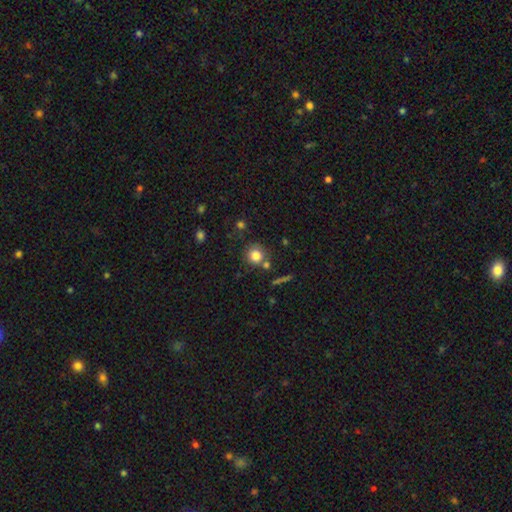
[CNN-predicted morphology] Q: Smooth or featured?
A: smooth (80%); runner-up: star or artifact (11%)
Q: How rounded?
A: round (90%); runner-up: in between (9%)
Q: Merging?
A: none (72%); runner-up: merger (13%)